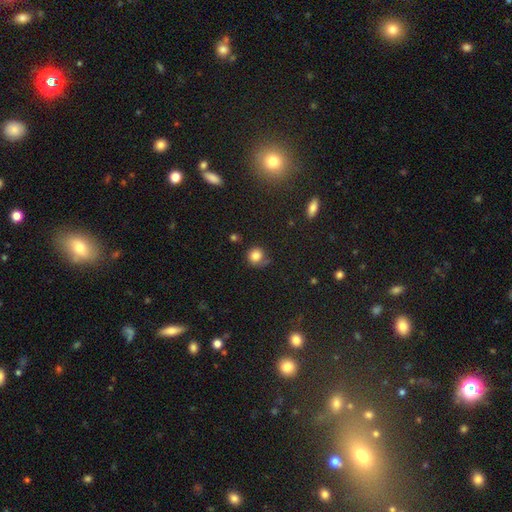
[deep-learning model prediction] A smooth galaxy with no disk features (81%) that is round (86%).

Vote fractions:
- Smooth or featured? smooth: 81% / star or artifact: 12% / featured or disk: 8%
- How rounded? round: 86% / in between: 13% / cigar-shaped: 1%
- Merging? none: 63% / minor disturbance: 23% / major disturbance: 10% / merger: 4%